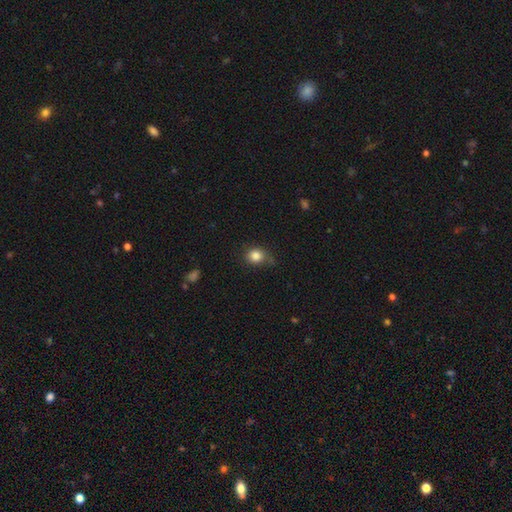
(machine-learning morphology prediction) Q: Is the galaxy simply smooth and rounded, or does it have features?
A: smooth — 83%.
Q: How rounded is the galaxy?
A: round — 76%.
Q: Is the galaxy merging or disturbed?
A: none — 65%.